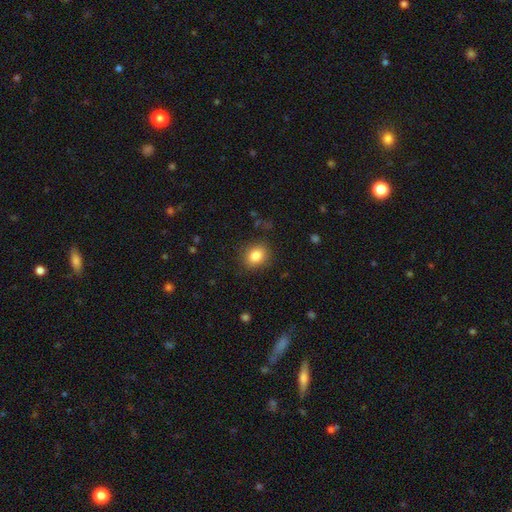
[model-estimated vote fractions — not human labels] A smooth galaxy with no disk features (84%) that is round (56%).

Vote fractions:
- Smooth or featured? smooth: 84% / star or artifact: 10% / featured or disk: 6%
- How rounded? round: 56% / in between: 43% / cigar-shaped: 1%
- Merging? none: 84% / minor disturbance: 11% / major disturbance: 3% / merger: 1%